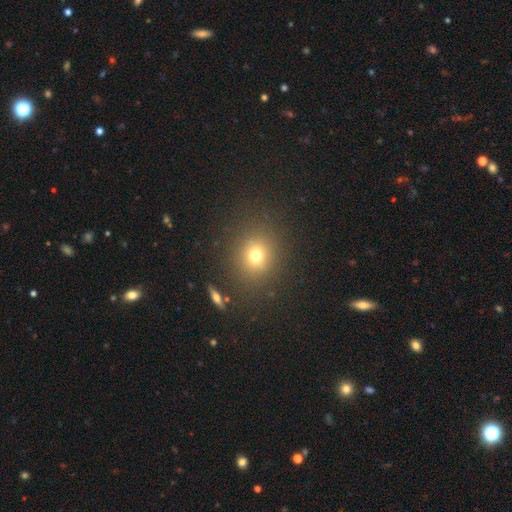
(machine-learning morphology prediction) Smooth or featured? smooth (71%)
How rounded? round (80%)
Merging? none (85%)